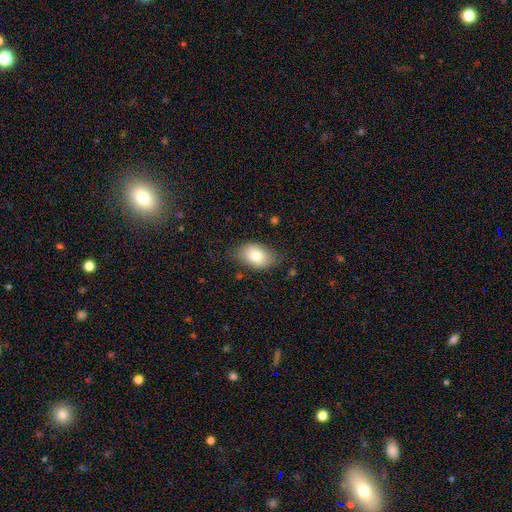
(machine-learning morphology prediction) Q: Smooth or featured?
A: smooth (81%); runner-up: featured or disk (12%)
Q: How rounded?
A: in between (87%); runner-up: round (11%)
Q: Merging?
A: none (74%); runner-up: minor disturbance (20%)